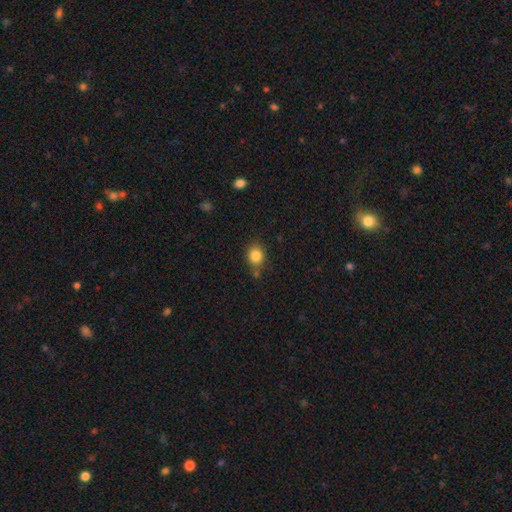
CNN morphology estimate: Smooth or featured?
  - smooth: 84% *
  - star or artifact: 10%
  - featured or disk: 6%
How rounded?
  - round: 71% *
  - in between: 28%
  - cigar-shaped: 1%
Merging?
  - none: 72% *
  - minor disturbance: 17%
  - merger: 7%
  - major disturbance: 4%